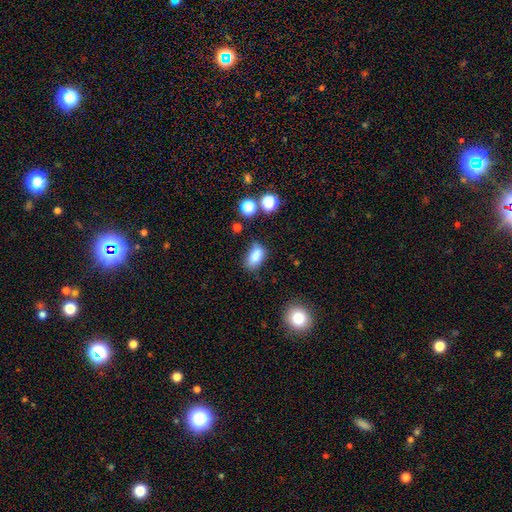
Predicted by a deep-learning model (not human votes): Morphology: type=smooth (82%); roundness=in between (87%); merging=none (61%).